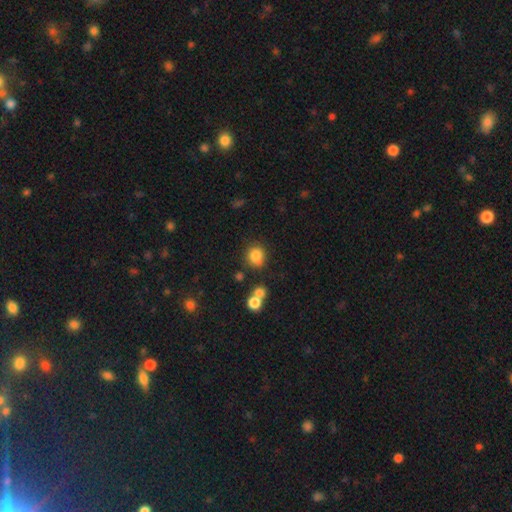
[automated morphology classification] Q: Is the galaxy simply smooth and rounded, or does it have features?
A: smooth — 84%.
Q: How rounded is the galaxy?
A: round — 85%.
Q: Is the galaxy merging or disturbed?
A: none — 75%.